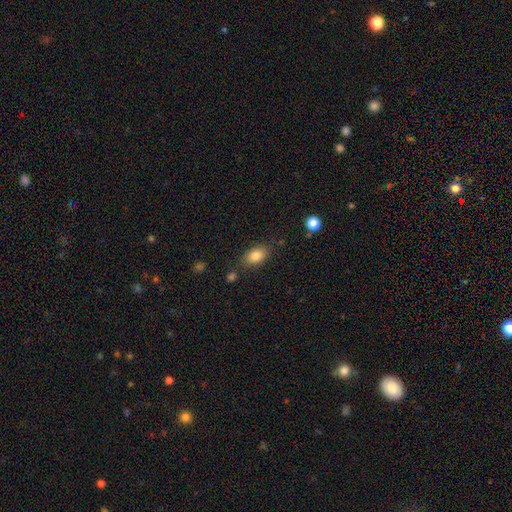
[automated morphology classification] smooth-or-featured: smooth: 83% | star or artifact: 8% | featured or disk: 8%
  how-rounded: in between: 86% | round: 12% | cigar-shaped: 2%
  merging: none: 78% | minor disturbance: 14% | merger: 4% | major disturbance: 4%